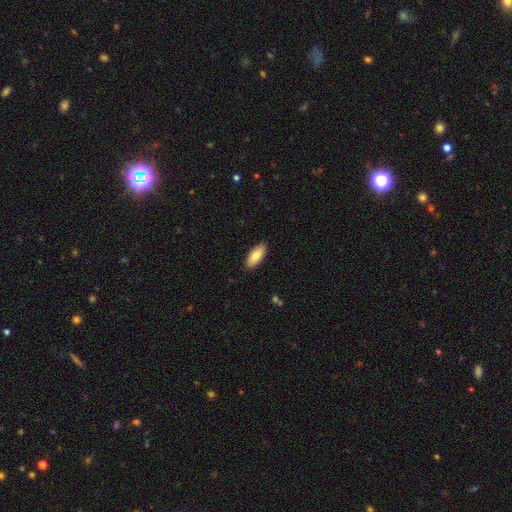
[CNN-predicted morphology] Smooth or featured? Predicted: smooth (p=0.84). How rounded? Predicted: in between (p=0.84). Merging? Predicted: none (p=0.89).